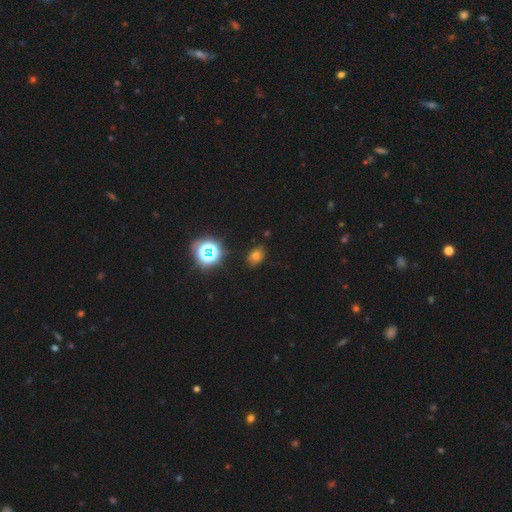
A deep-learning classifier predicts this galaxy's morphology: A smooth galaxy with no disk features (65%) that is in between round and cigar-shaped (68%). Merging: none (84%).